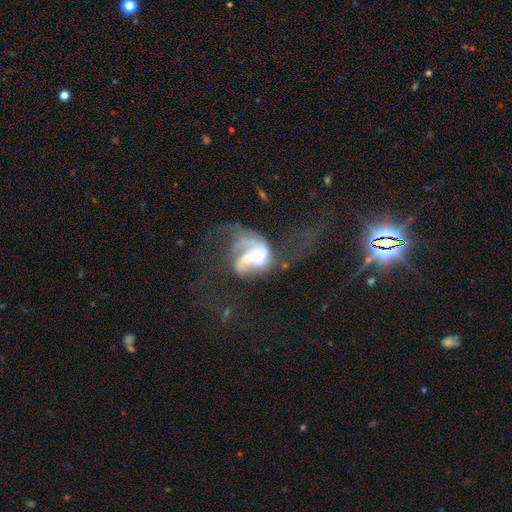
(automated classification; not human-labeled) This appears to be a featured or disk galaxy (78%) with no bar (56%), 2 (52%) loose (54%) spiral arms (80%) and a moderate central bulge (55%). Merging: merger (42%).